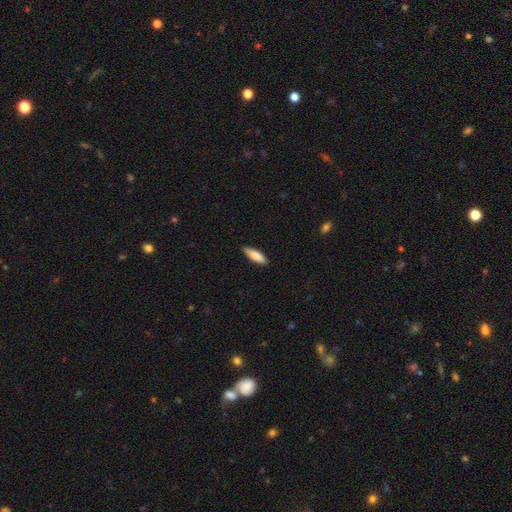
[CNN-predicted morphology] Smooth or featured? Predicted: smooth (p=0.81). How rounded? Predicted: cigar-shaped (p=0.52). Merging? Predicted: none (p=0.86).